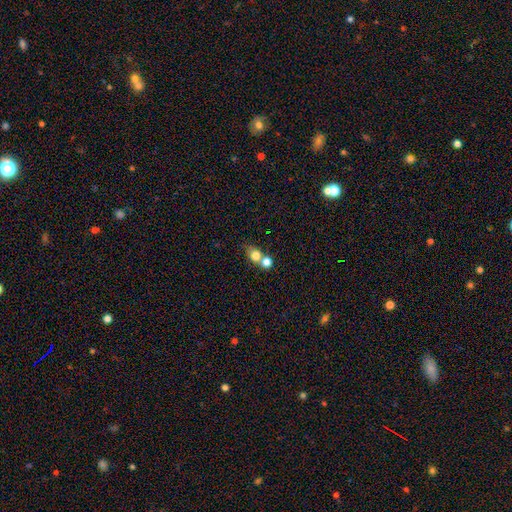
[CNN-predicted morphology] A smooth galaxy with no disk features (76%) that is round (65%).

Vote fractions:
- Smooth or featured? smooth: 76% / featured or disk: 13% / star or artifact: 11%
- How rounded? round: 65% / in between: 33% / cigar-shaped: 2%
- Merging? merger: 56% / none: 33% / minor disturbance: 7% / major disturbance: 4%